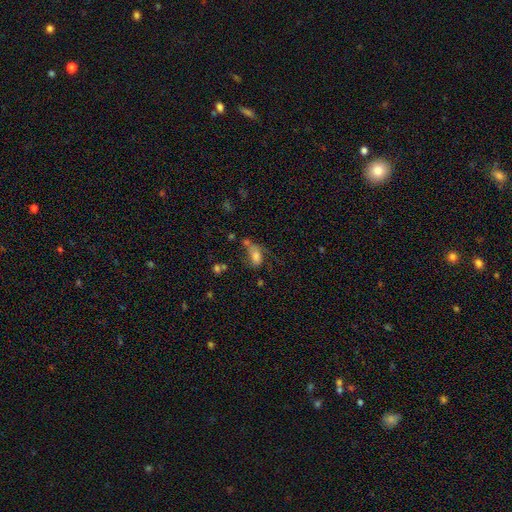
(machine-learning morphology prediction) smooth-or-featured: smooth: 67% | featured or disk: 20% | star or artifact: 13%
  how-rounded: in between: 86% | round: 9% | cigar-shaped: 6%
  merging: none: 33% | major disturbance: 26% | minor disturbance: 22% | merger: 20%